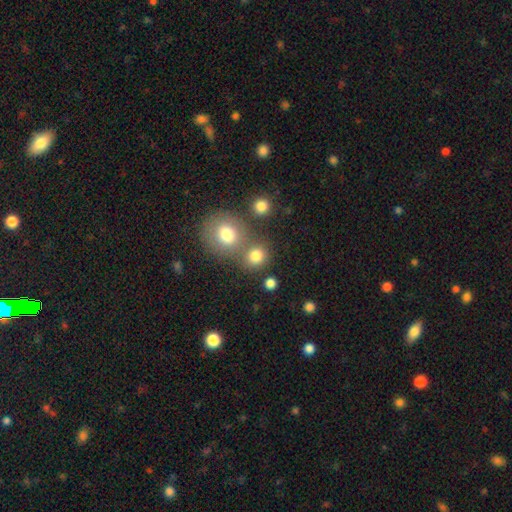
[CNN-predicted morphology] This appears to be a smooth galaxy with no disk features (80%) that is round (84%). Merging: none (58%).